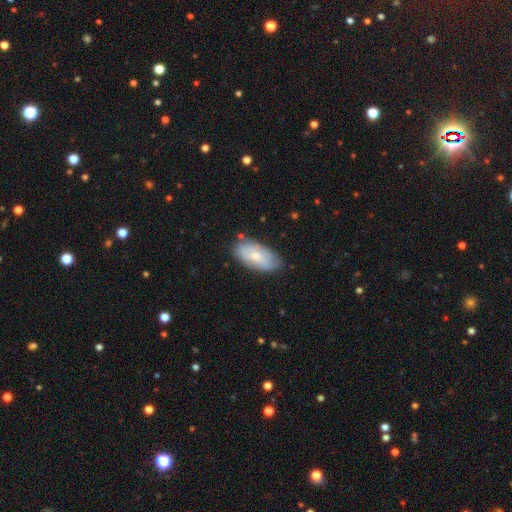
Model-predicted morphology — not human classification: Smooth or featured?
  - smooth: 55% *
  - featured or disk: 39%
  - star or artifact: 6%
How rounded?
  - in between: 93% *
  - cigar-shaped: 4%
  - round: 3%
Merging?
  - none: 73% *
  - minor disturbance: 21%
  - major disturbance: 4%
  - merger: 2%